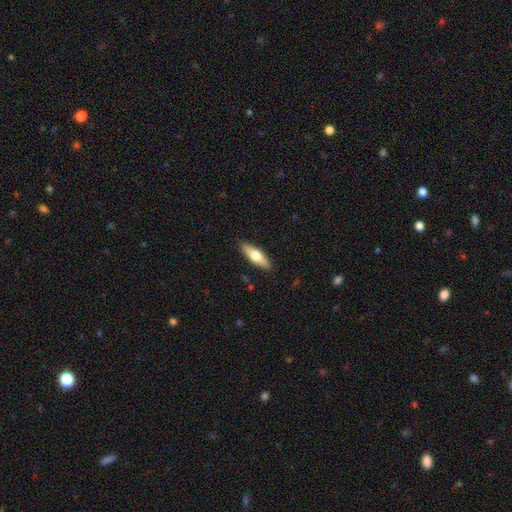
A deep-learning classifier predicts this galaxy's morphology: The model was most divided on "how rounded": in between: 51%, cigar-shaped: 47%, round: 2%. More confident: merging — none (89%); smooth or featured — smooth (61%).